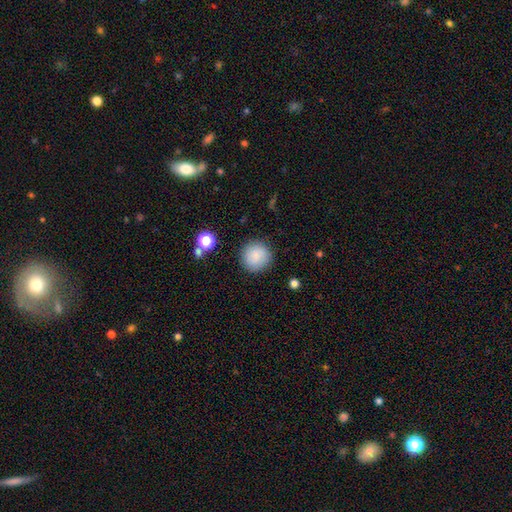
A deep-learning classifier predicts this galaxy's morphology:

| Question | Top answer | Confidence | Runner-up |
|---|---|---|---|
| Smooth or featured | smooth | 83% | featured or disk (9%) |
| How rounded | round | 94% | in between (5%) |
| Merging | none | 88% | minor disturbance (8%) |